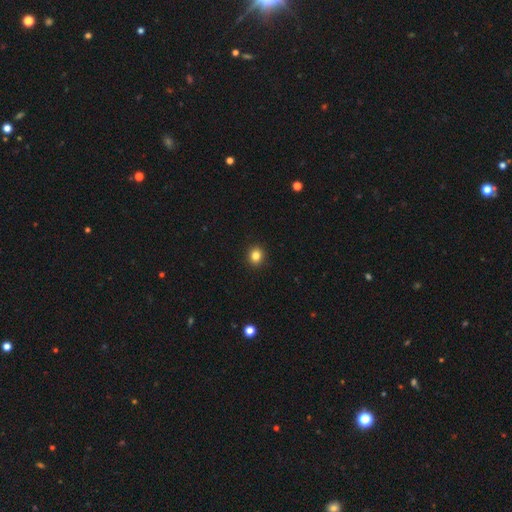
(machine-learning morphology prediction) This is clearly a smooth galaxy (84%). How rounded: likely round (78%). Merging: clearly none (92%).